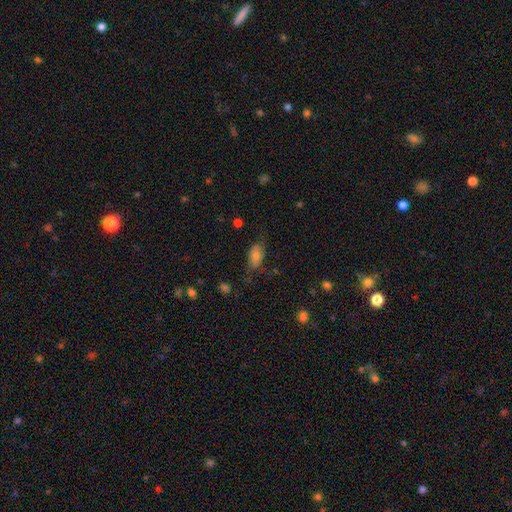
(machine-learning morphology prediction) smooth_or_featured: smooth (p=0.65) [alt: featured or disk p=0.24]
how_rounded: in between (p=0.86) [alt: round p=0.08]
merging: none (p=0.61) [alt: minor disturbance p=0.26]